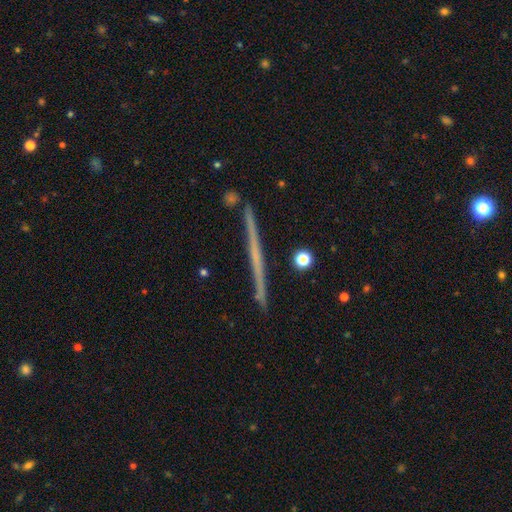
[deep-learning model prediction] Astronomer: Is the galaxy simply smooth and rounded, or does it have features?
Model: featured or disk — 66%.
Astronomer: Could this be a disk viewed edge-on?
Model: yes — 98%.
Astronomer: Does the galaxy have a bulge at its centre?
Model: none — 84%.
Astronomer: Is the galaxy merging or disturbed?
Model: none — 90%.